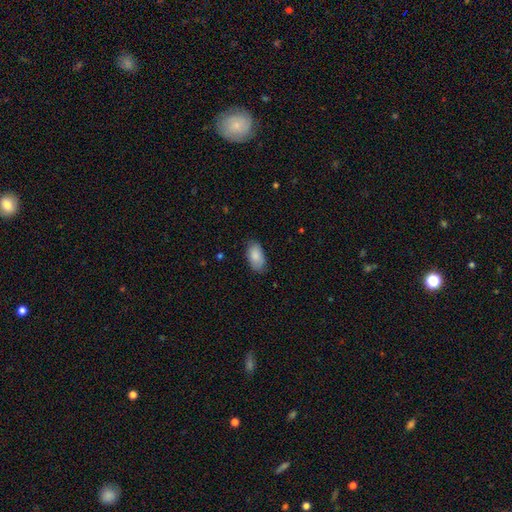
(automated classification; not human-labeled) Q: Smooth or featured?
A: smooth (86%); runner-up: featured or disk (8%)
Q: How rounded?
A: in between (94%); runner-up: round (3%)
Q: Merging?
A: none (77%); runner-up: minor disturbance (19%)